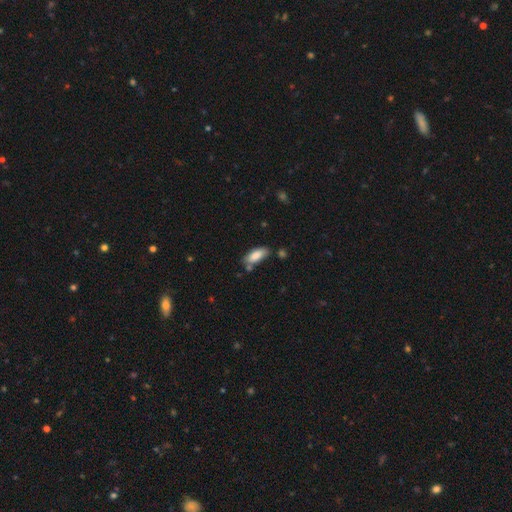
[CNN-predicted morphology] Smooth or featured? Predicted: smooth (p=0.84). How rounded? Predicted: in between (p=0.76). Merging? Predicted: none (p=0.66).